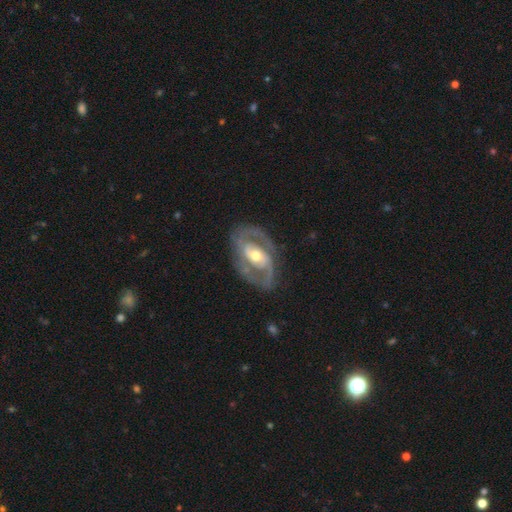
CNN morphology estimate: This appears to be a featured or disk galaxy (88%) with a weak bar (39%), 2 (87%) medium (50%) spiral arms (91%) and a moderate central bulge (71%). Merging: none (77%).